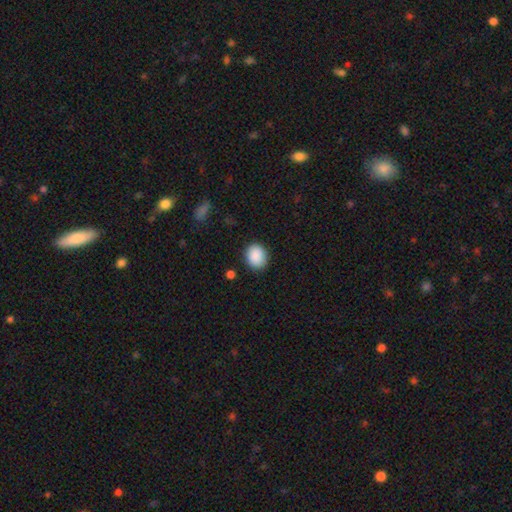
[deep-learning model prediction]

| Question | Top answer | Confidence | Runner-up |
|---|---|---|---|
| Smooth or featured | smooth | 90% | star or artifact (8%) |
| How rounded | round | 65% | in between (34%) |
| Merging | none | 87% | minor disturbance (9%) |